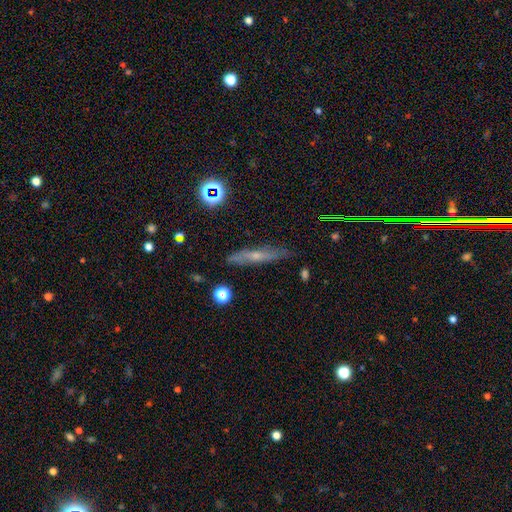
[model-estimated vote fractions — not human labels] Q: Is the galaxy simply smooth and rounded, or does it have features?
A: featured or disk — 48%.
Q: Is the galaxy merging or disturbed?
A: none — 80%.